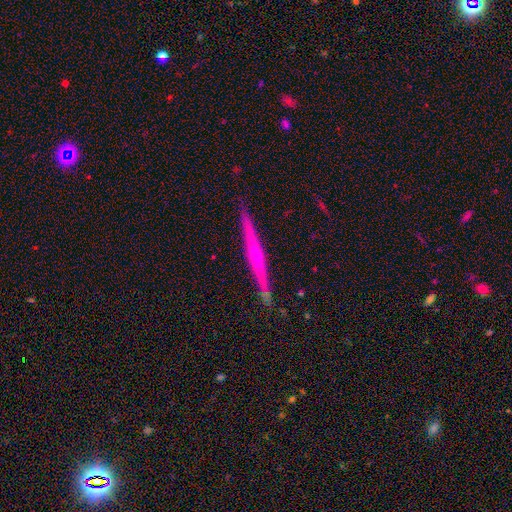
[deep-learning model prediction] A featured or disk galaxy (77%) viewed edge-on (98%) with a rounded central bulge (62%). Merging: none (91%).